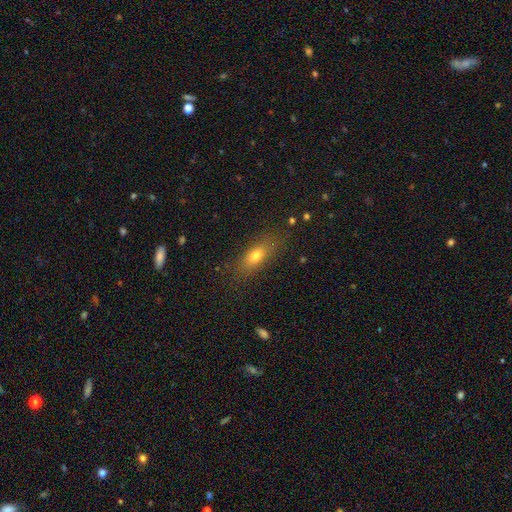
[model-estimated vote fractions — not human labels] Smooth or featured: smooth — 72% (featured or disk — 17%)
How rounded: in between — 67% (cigar-shaped — 26%)
Merging: none — 80% (minor disturbance — 14%)